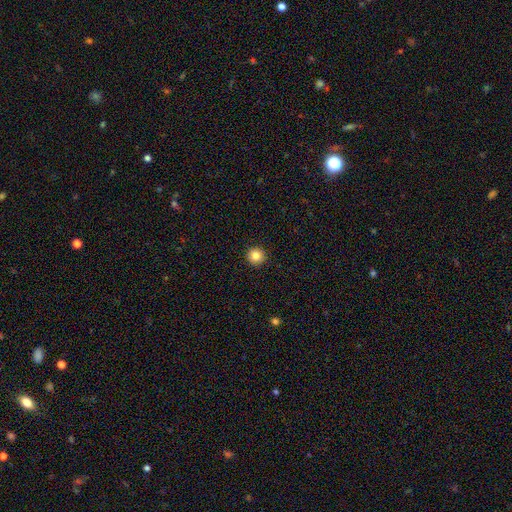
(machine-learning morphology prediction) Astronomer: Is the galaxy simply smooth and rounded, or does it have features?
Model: smooth — 84%.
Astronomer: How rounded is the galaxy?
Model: round — 96%.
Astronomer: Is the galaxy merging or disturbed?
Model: none — 93%.